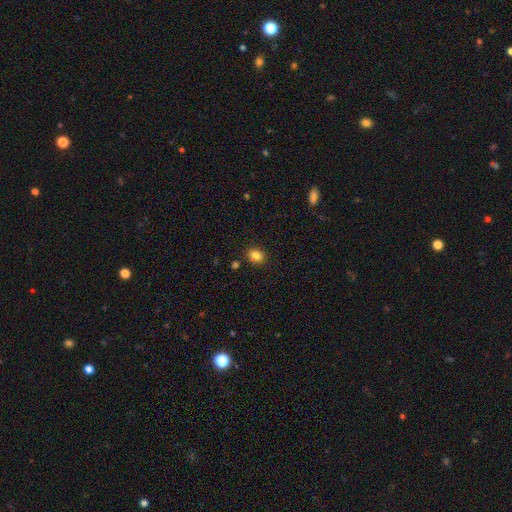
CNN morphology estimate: This appears to be a smooth galaxy with no disk features (83%) that is round (58%). Merging: none (87%).